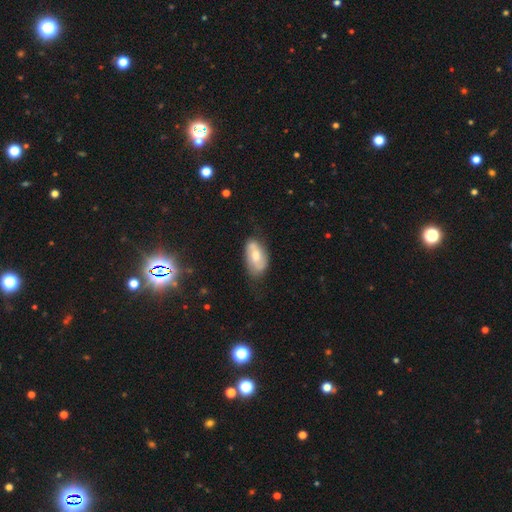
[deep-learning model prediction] Morphology: type=smooth (48%); merging=none (62%).